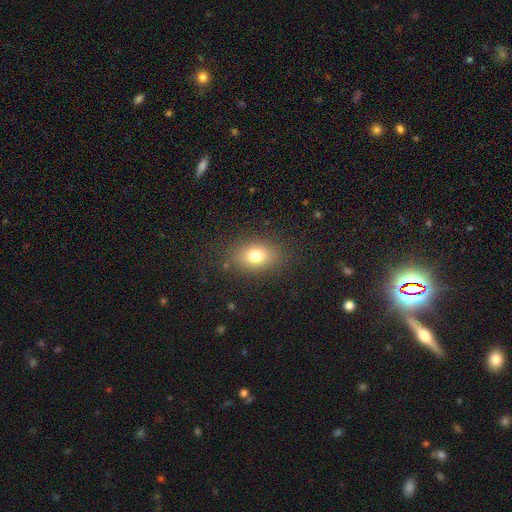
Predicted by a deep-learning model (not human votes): smooth_or_featured: smooth (p=0.77) [alt: star or artifact p=0.12]
how_rounded: in between (p=0.70) [alt: round p=0.29]
merging: none (p=0.84) [alt: minor disturbance p=0.10]